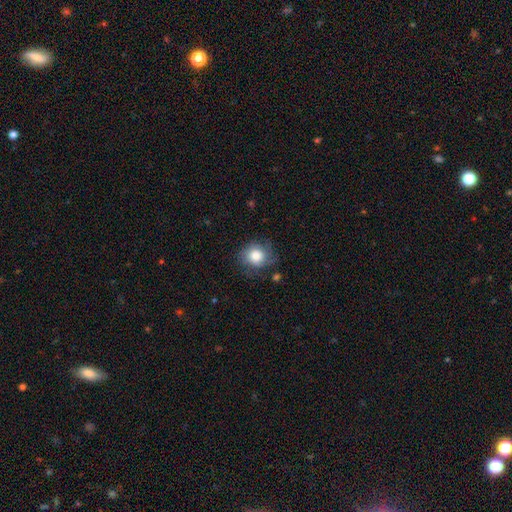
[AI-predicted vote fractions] Morphology: type=smooth (71%); roundness=round (77%); merging=none (66%).